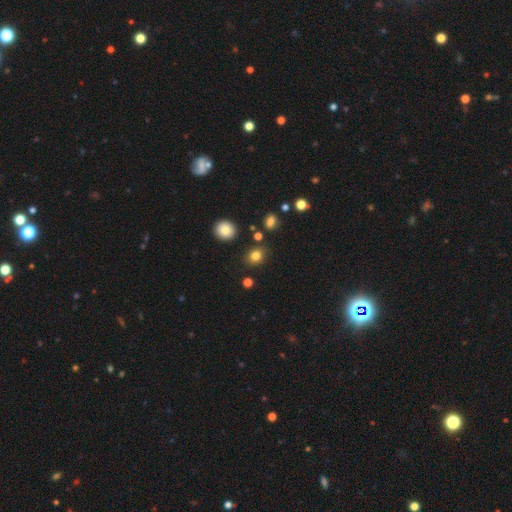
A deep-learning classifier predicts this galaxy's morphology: smooth 82%, star or artifact 12%, featured or disk 6%. Down the decision tree: how rounded — round (62%); merging — none (86%).